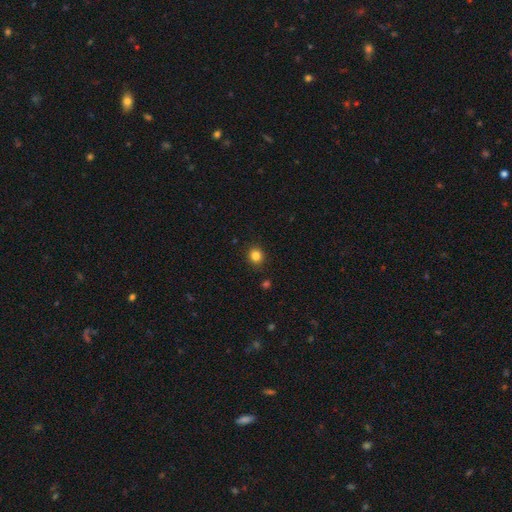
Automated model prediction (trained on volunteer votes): Q: Smooth or featured?
A: smooth (83%); runner-up: star or artifact (12%)
Q: How rounded?
A: round (83%); runner-up: in between (16%)
Q: Merging?
A: none (89%); runner-up: minor disturbance (7%)